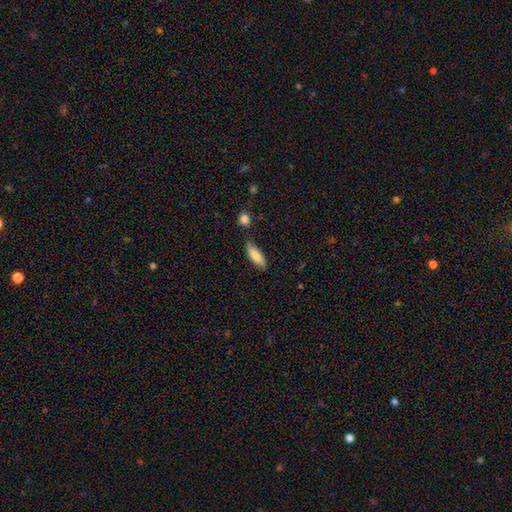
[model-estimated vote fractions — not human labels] This appears to be a smooth galaxy with no disk features (81%) that is in between round and cigar-shaped (65%). Merging: none (69%).